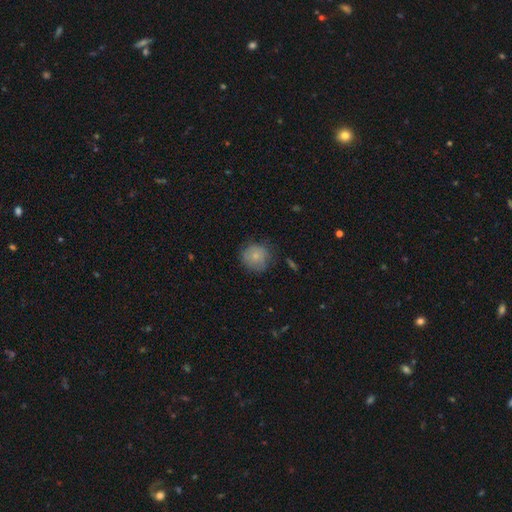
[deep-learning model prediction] Morphology: type=smooth (76%); roundness=round (88%); merging=none (68%).